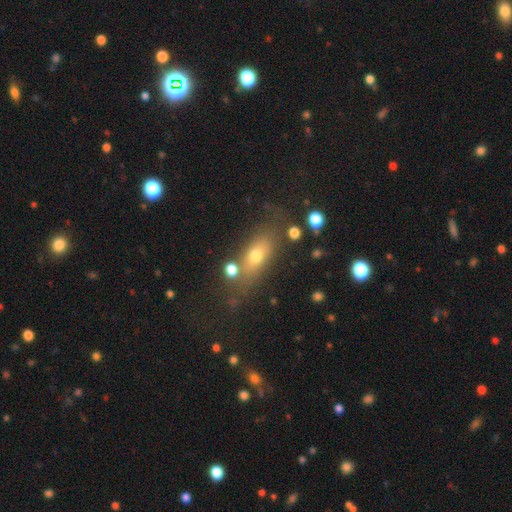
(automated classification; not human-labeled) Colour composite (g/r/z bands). It shows a smooth galaxy with no disk features (65%) that is in between round and cigar-shaped (69%). Merging: none (64%).